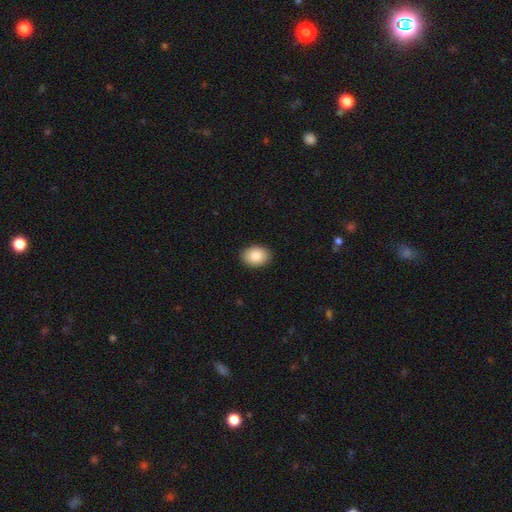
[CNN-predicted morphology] Overall: smooth (86%). How rounded: in between (72%). Merging: none (90%).